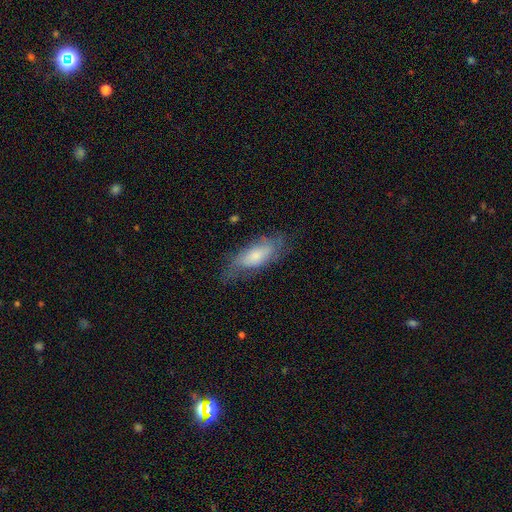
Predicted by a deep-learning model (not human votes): Smooth or featured? smooth (59%)
How rounded? in between (74%)
Merging? none (58%)